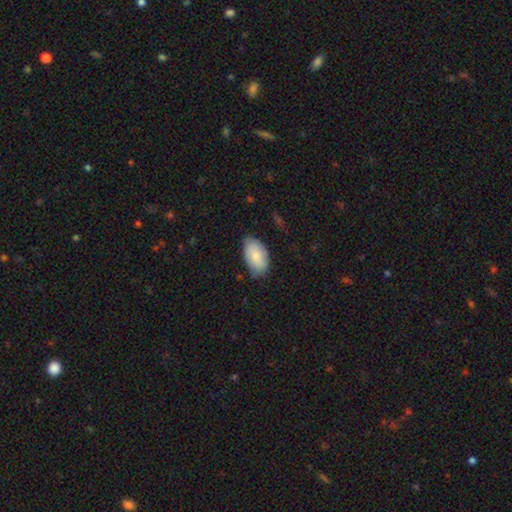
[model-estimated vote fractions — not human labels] Smooth or featured?
  - smooth: 84% *
  - featured or disk: 10%
  - star or artifact: 6%
How rounded?
  - in between: 95% *
  - round: 4%
  - cigar-shaped: 1%
Merging?
  - none: 70% *
  - minor disturbance: 24%
  - major disturbance: 4%
  - merger: 1%